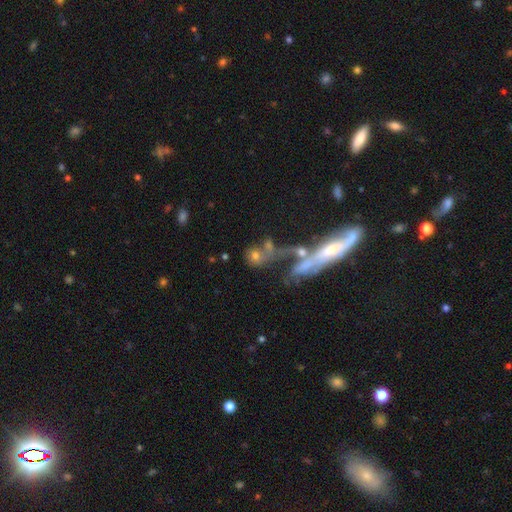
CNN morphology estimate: smooth 57%, featured or disk 28%, star or artifact 16%. Down the decision tree: how rounded — round (54%); merging — merger (42%).